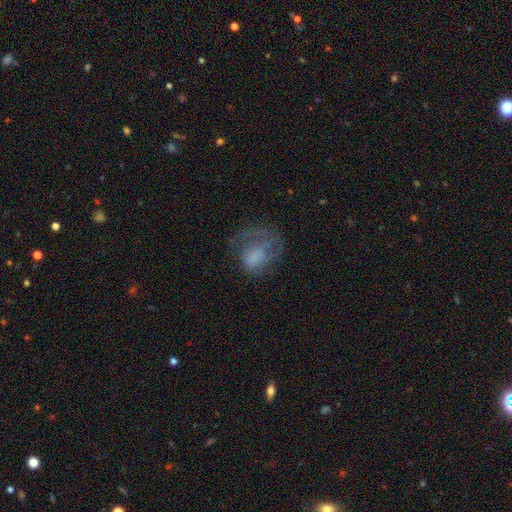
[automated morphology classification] A smooth galaxy with no disk features (47%). Merging: major disturbance (40%).